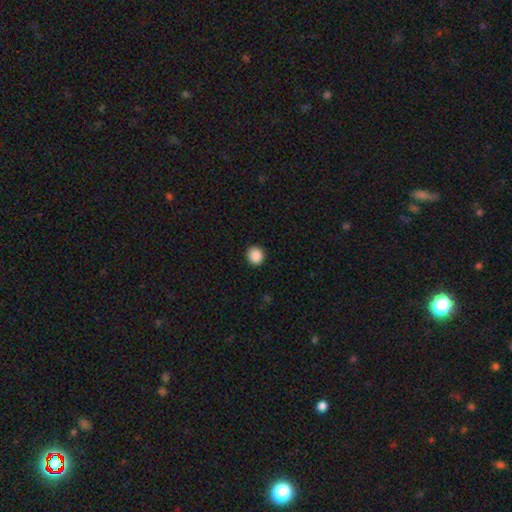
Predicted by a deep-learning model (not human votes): A smooth galaxy with no disk features (89%) that is round (87%).

Vote fractions:
- Smooth or featured? smooth: 89% / star or artifact: 9% / featured or disk: 2%
- How rounded? round: 87% / in between: 12% / cigar-shaped: 1%
- Merging? none: 92% / minor disturbance: 6% / major disturbance: 2% / merger: 1%